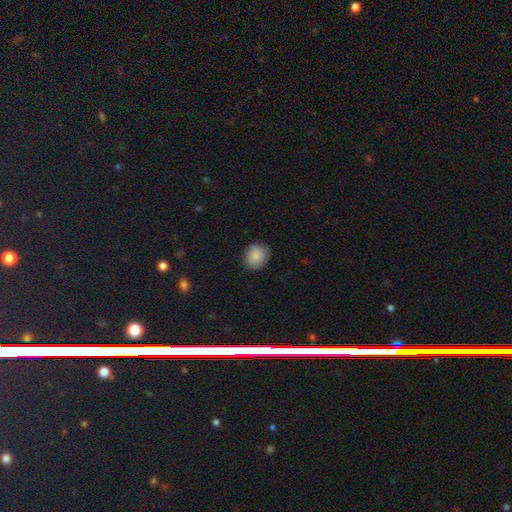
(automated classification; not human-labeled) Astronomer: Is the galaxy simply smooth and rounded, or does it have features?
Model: smooth — 87%.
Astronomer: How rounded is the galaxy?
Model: round — 76%.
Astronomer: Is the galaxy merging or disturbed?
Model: none — 84%.